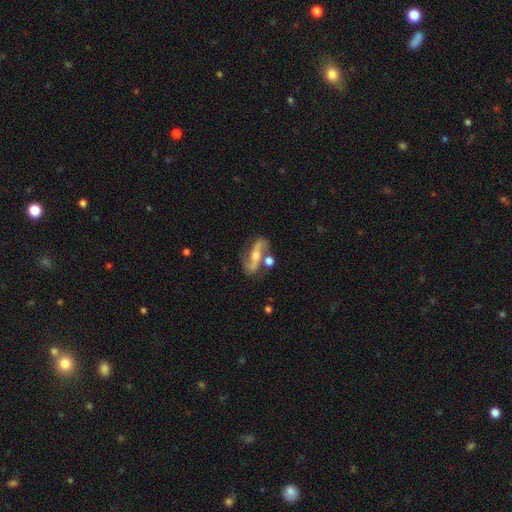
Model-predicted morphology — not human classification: Overall: featured or disk (80%). Edge-on disk: no (87%). Bar: strong (37%; no 35%). Spiral arms: yes (91%). Spiral arm count: 2 (91%). Spiral winding: loose (56%; medium 32%). Bulge size: moderate (57%; small 35%). Merging: none (66%).